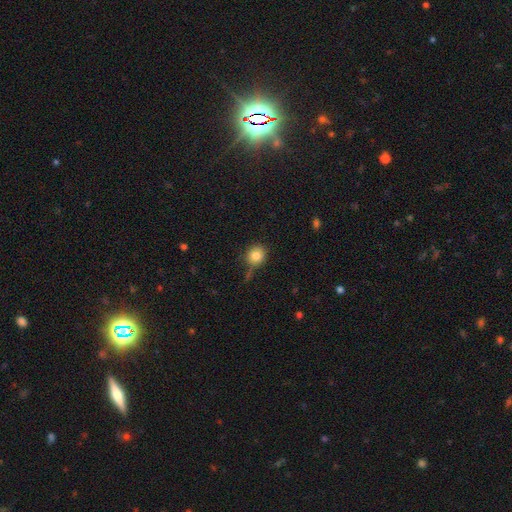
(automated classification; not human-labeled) Smooth or featured? smooth (82%)
How rounded? round (83%)
Merging? none (67%)